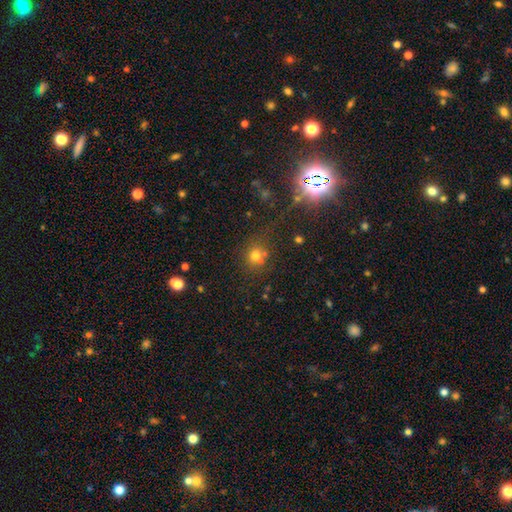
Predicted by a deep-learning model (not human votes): This is likely a smooth galaxy (68%). How rounded: clearly round (84%). Merging: likely none (61%).